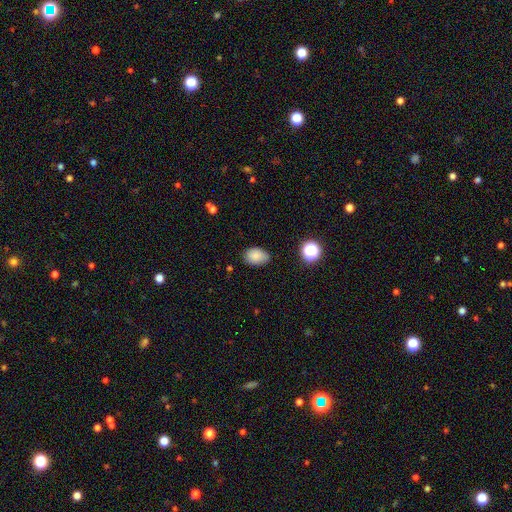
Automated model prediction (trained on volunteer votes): Overall: smooth (83%). How rounded: in between (81%). Merging: none (73%).